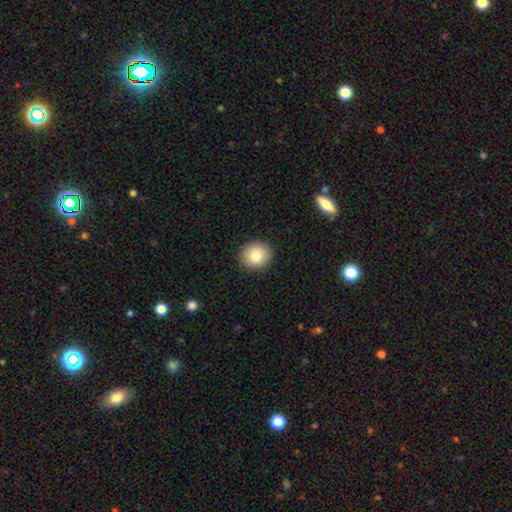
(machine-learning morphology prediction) smooth 79%, featured or disk 12%, star or artifact 9%. Down the decision tree: how rounded — round (79%); merging — none (91%).